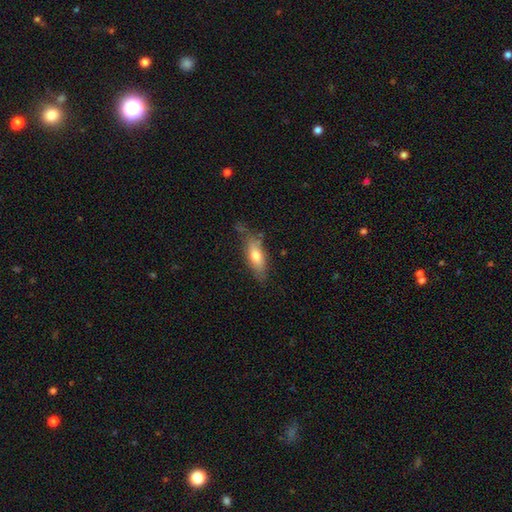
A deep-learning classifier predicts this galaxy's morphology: This is likely a smooth galaxy (65%). How rounded: likely in between (61%). Merging: likely none (63%).